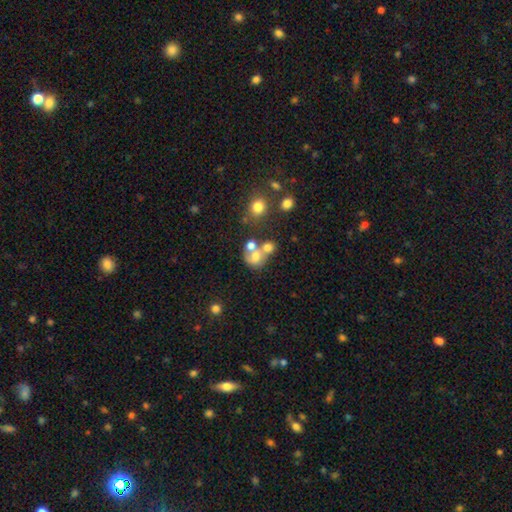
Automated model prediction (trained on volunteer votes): Smooth or featured? smooth (61%)
How rounded? round (67%)
Merging? merger (49%)